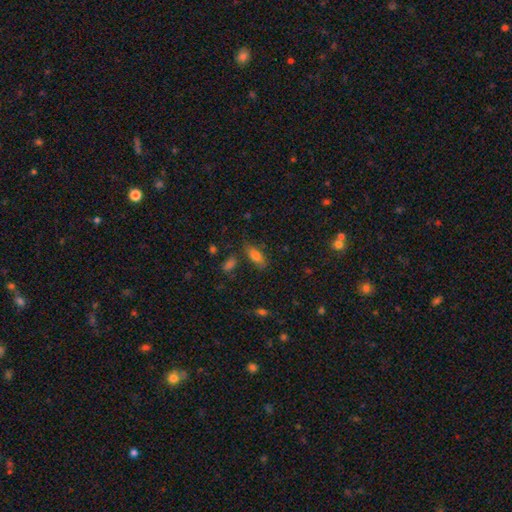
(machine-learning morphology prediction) This is likely a smooth galaxy (76%). How rounded: clearly in between (80%). Merging: likely none (71%).